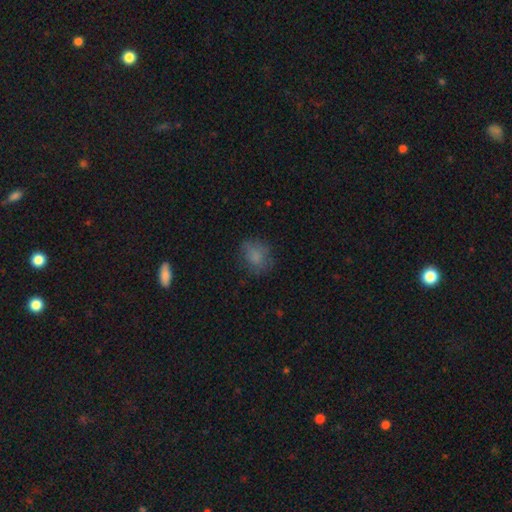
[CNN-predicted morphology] Smooth or featured: smooth — 77% (featured or disk — 12%)
How rounded: round — 57% (in between — 42%)
Merging: none — 66% (minor disturbance — 22%)